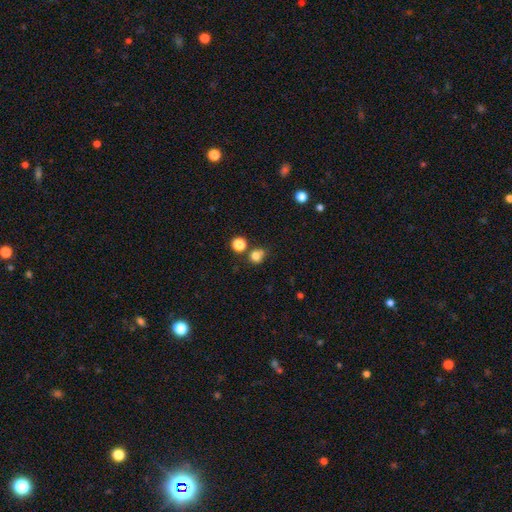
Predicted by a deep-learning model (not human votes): Smooth or featured? smooth (78%)
How rounded? round (82%)
Merging? none (59%)